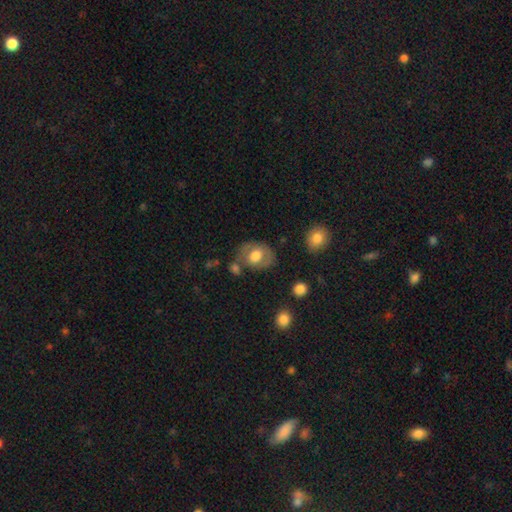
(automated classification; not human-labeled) Smooth or featured?
  - smooth: 57% *
  - featured or disk: 36%
  - star or artifact: 7%
How rounded?
  - in between: 54% *
  - round: 45%
  - cigar-shaped: 1%
Merging?
  - none: 59% *
  - minor disturbance: 21%
  - merger: 11%
  - major disturbance: 10%